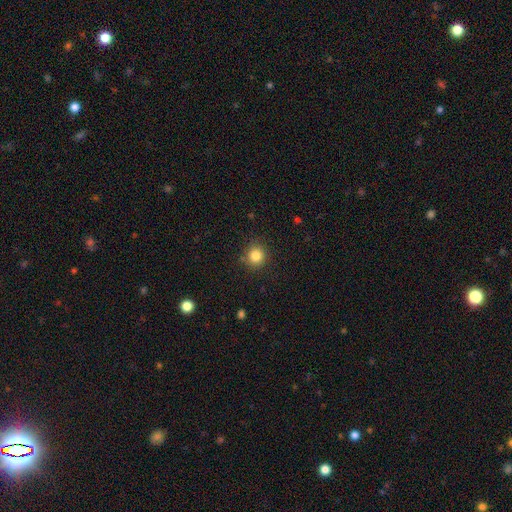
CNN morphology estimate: Smooth or featured?
  - smooth: 84% *
  - star or artifact: 11%
  - featured or disk: 5%
How rounded?
  - round: 91% *
  - in between: 9%
  - cigar-shaped: 1%
Merging?
  - none: 88% *
  - minor disturbance: 8%
  - major disturbance: 3%
  - merger: 2%